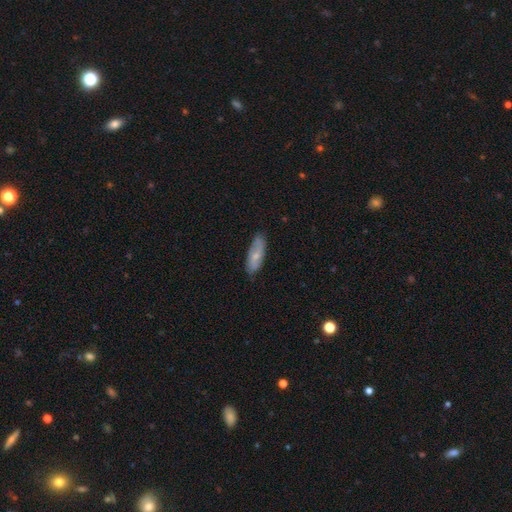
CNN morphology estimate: Smooth or featured: smooth — 57% (featured or disk — 37%)
How rounded: in between — 68% (cigar-shaped — 30%)
Merging: none — 79% (minor disturbance — 17%)